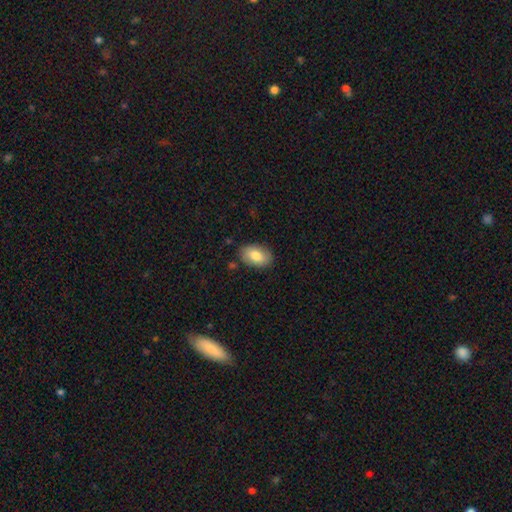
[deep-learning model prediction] A smooth galaxy with no disk features (79%) that is in between round and cigar-shaped (90%). Merging: none (85%).